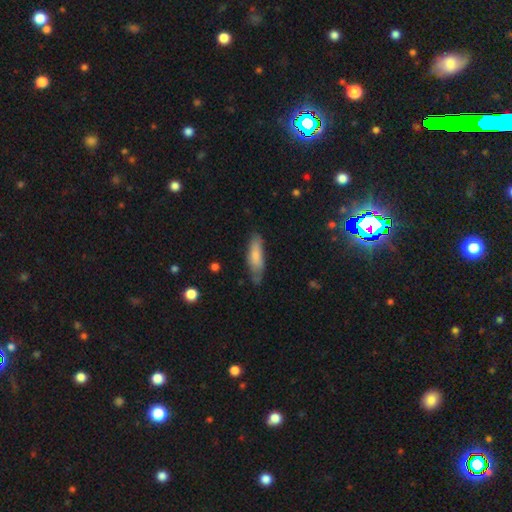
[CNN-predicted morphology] A smooth galaxy with no disk features (75%) that is cigar-shaped (51%).

Vote fractions:
- Smooth or featured? smooth: 75% / featured or disk: 19% / star or artifact: 6%
- How rounded? cigar-shaped: 51% / in between: 47% / round: 2%
- Merging? none: 64% / minor disturbance: 27% / major disturbance: 6% / merger: 2%